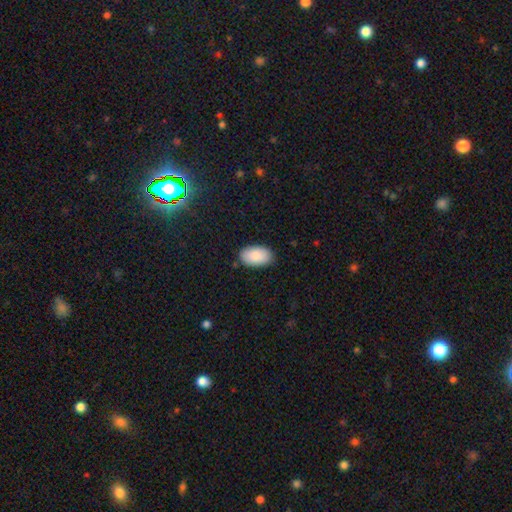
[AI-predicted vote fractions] This is clearly a smooth galaxy (89%). How rounded: clearly in between (95%). Merging: clearly none (86%).